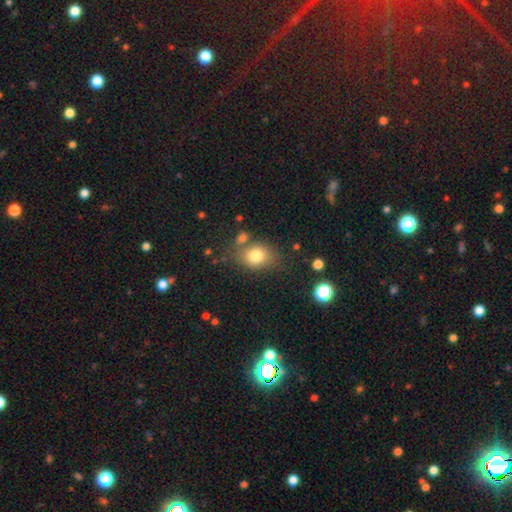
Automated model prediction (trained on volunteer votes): This appears to be a smooth galaxy with no disk features (79%) that is in between round and cigar-shaped (56%). Merging: none (63%).